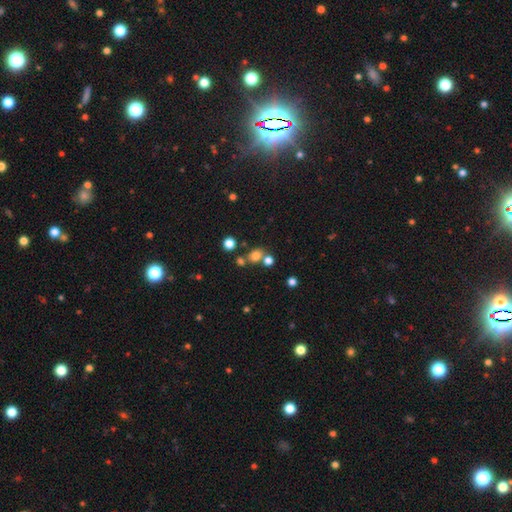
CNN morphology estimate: Overall: smooth (73%). How rounded: round (61%; in between 37%). Merging: none (57%; merger 28%).